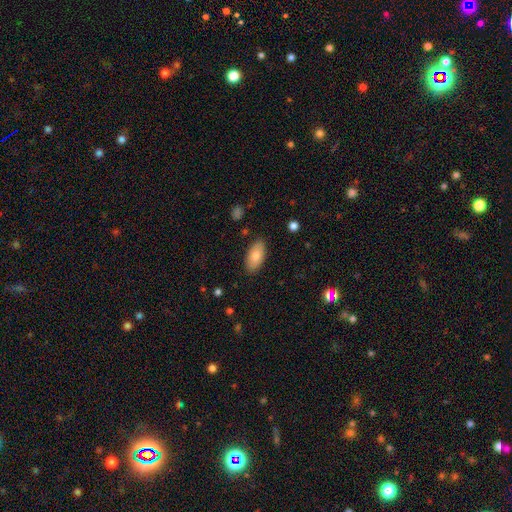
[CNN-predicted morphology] Overall: smooth (80%). How rounded: in between (93%). Merging: none (86%).